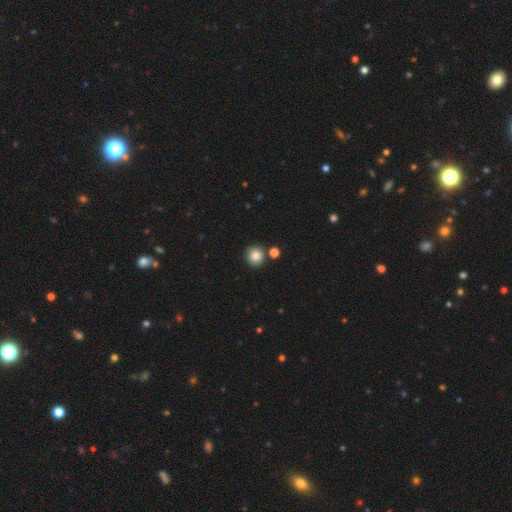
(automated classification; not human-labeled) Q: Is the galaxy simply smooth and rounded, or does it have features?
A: smooth — 85%.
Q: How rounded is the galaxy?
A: round — 93%.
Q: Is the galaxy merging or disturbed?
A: none — 82%.